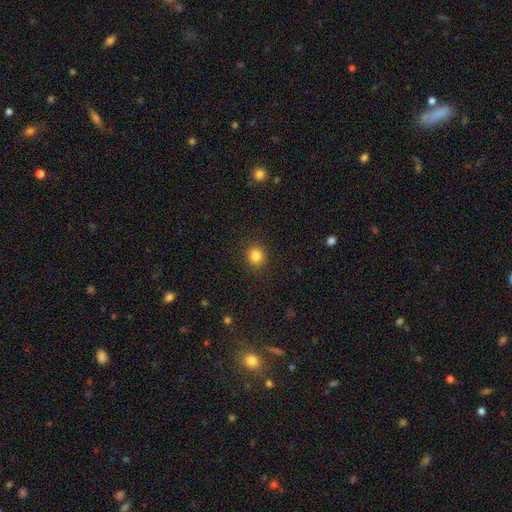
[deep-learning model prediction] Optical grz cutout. It shows a smooth galaxy with no disk features (84%) that is round (88%). Merging: none (90%).